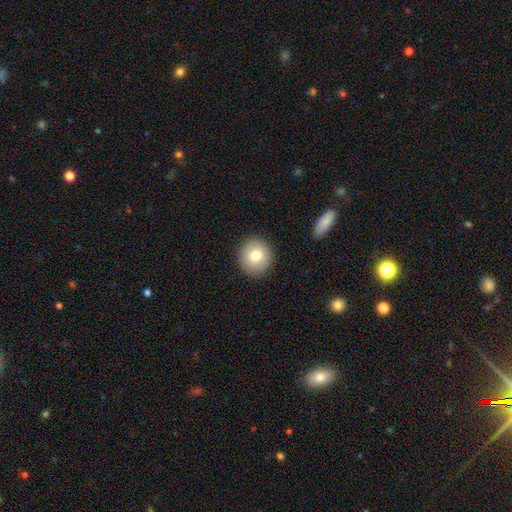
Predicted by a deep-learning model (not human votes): smooth-or-featured: smooth: 77% | featured or disk: 13% | star or artifact: 9%
  how-rounded: round: 91% | in between: 8% | cigar-shaped: 1%
  merging: none: 90% | minor disturbance: 7% | major disturbance: 2% | merger: 1%